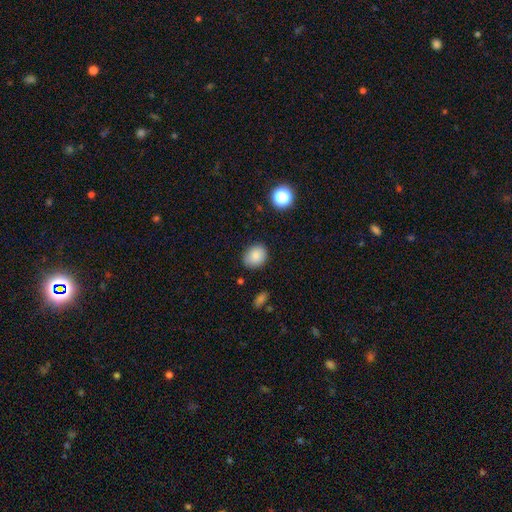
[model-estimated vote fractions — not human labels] Morphology: type=smooth (85%); roundness=round (54%); merging=none (84%).